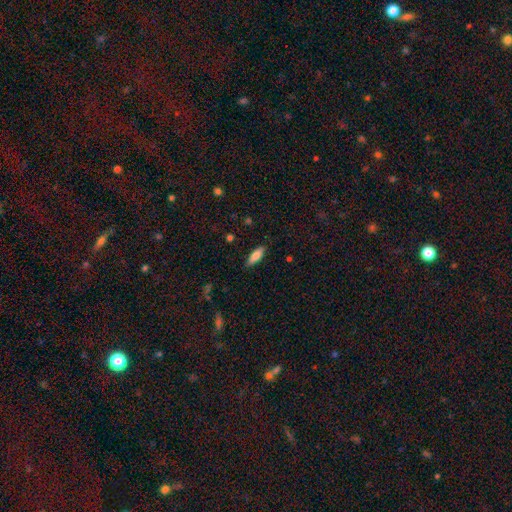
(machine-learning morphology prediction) This is likely a smooth galaxy (77%). How rounded: likely in between (61%). Merging: clearly none (85%).